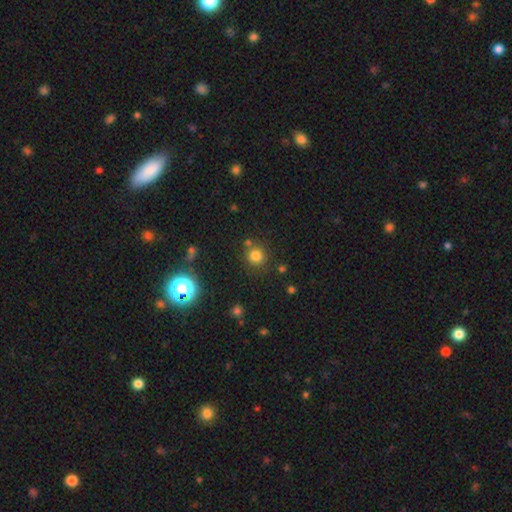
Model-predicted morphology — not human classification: smooth_or_featured: smooth (p=0.77) [alt: star or artifact p=0.17]
how_rounded: round (p=0.90) [alt: in between p=0.09]
merging: none (p=0.78) [alt: minor disturbance p=0.09]